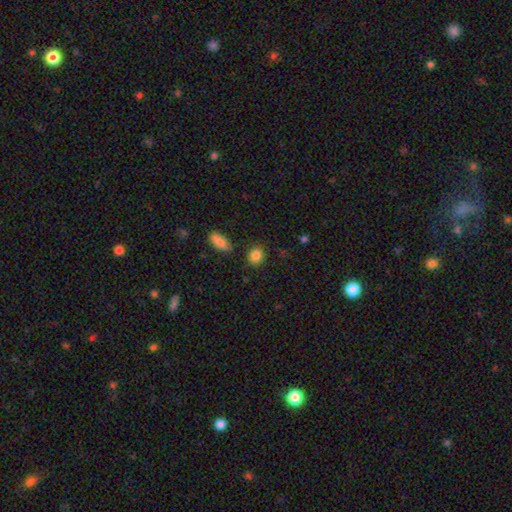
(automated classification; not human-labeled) Smooth or featured?
  - smooth: 86% *
  - star or artifact: 10%
  - featured or disk: 5%
How rounded?
  - round: 66% *
  - in between: 32%
  - cigar-shaped: 1%
Merging?
  - none: 83% *
  - minor disturbance: 11%
  - merger: 3%
  - major disturbance: 3%